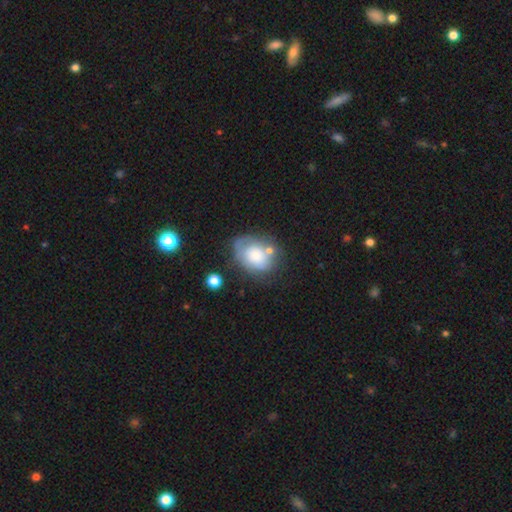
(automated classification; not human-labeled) This appears to be a smooth galaxy with no disk features (63%) that is in between round and cigar-shaped (59%). Merging: none (48%).